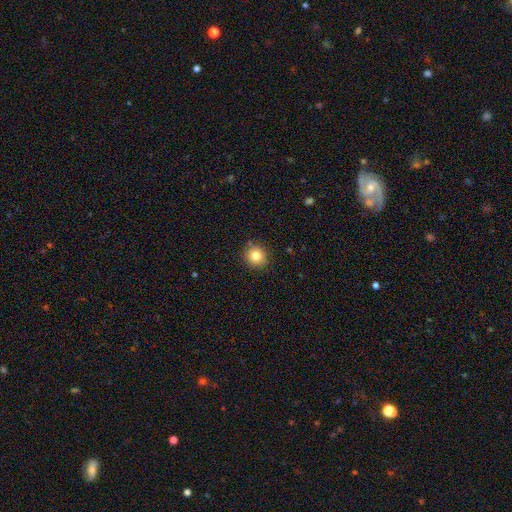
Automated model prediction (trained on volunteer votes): Overall: smooth (82%). How rounded: round (90%). Merging: none (88%).